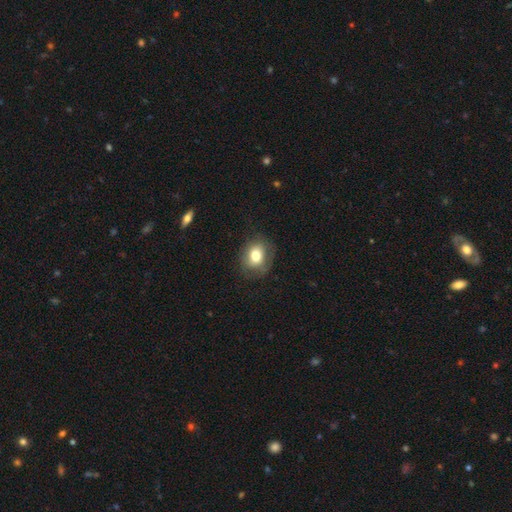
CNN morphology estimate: The model was most divided on "how rounded": round: 58%, in between: 41%, cigar-shaped: 1%. More confident: smooth or featured — smooth (74%); merging — none (73%).